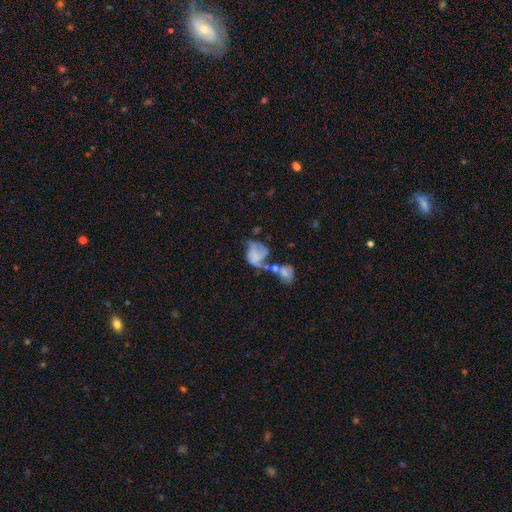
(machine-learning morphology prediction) Smooth or featured: featured or disk — 45% (smooth — 44%)
Merging: merger — 38% (major disturbance — 31%)